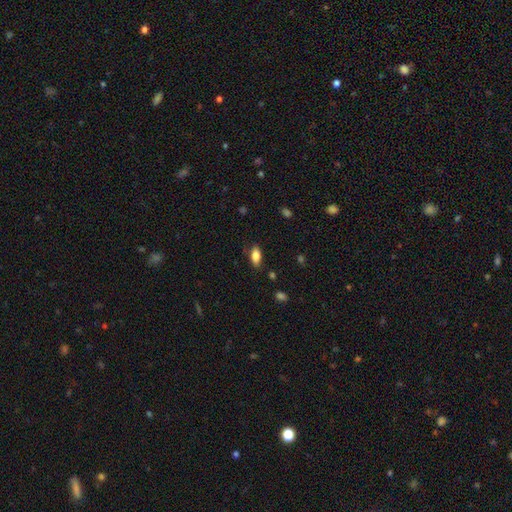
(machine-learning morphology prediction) Q: Smooth or featured?
A: smooth (83%); runner-up: featured or disk (9%)
Q: How rounded?
A: in between (86%); runner-up: cigar-shaped (11%)
Q: Merging?
A: none (81%); runner-up: minor disturbance (14%)